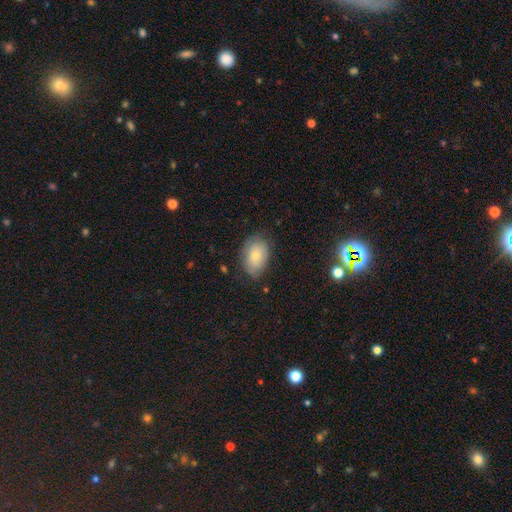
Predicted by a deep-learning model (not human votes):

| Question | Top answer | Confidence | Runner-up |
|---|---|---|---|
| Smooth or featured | smooth | 75% | featured or disk (17%) |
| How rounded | in between | 84% | round (15%) |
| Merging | none | 71% | minor disturbance (23%) |